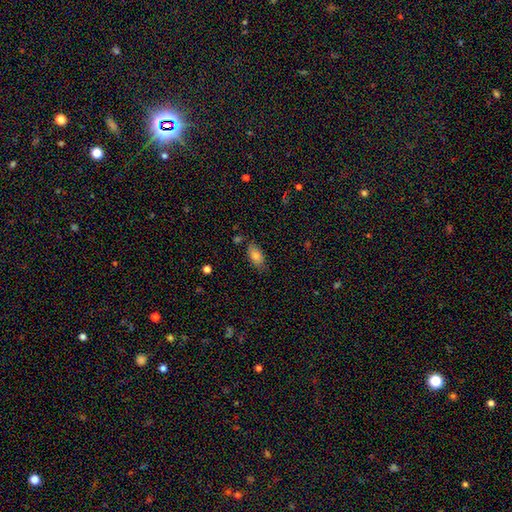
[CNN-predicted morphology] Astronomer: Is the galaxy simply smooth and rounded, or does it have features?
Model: smooth — 81%.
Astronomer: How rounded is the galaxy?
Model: in between — 89%.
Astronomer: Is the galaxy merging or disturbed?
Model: none — 77%.